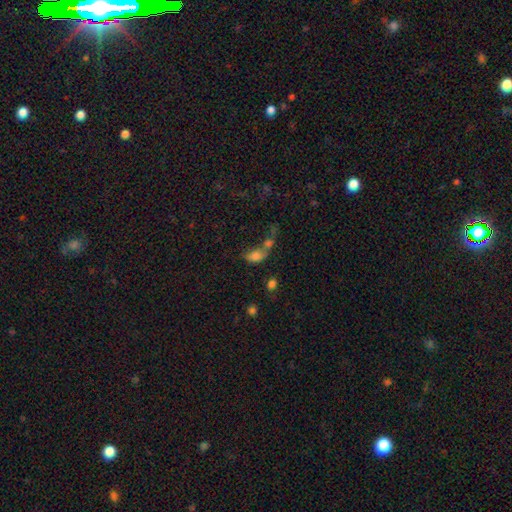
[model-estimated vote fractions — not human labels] This appears to be a smooth galaxy with no disk features (75%) that is in between round and cigar-shaped (83%). Merging: merger (51%).